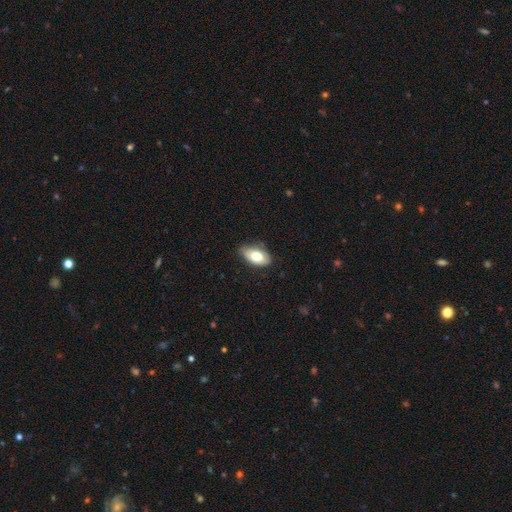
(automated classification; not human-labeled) Smooth or featured? Predicted: smooth (p=0.75). How rounded? Predicted: in between (p=0.92). Merging? Predicted: none (p=0.76).